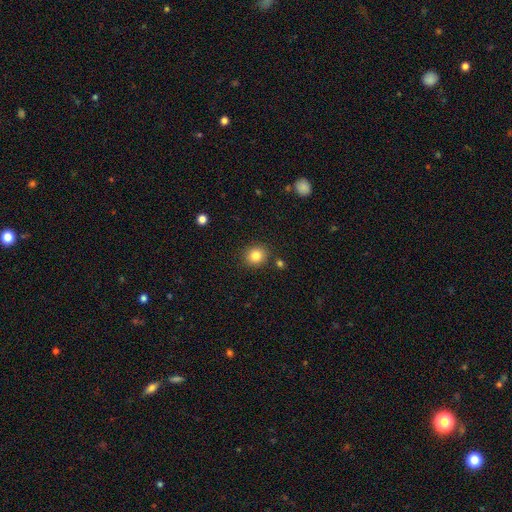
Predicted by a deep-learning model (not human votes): Q: Smooth or featured?
A: smooth (83%); runner-up: star or artifact (11%)
Q: How rounded?
A: round (77%); runner-up: in between (22%)
Q: Merging?
A: none (87%); runner-up: minor disturbance (8%)